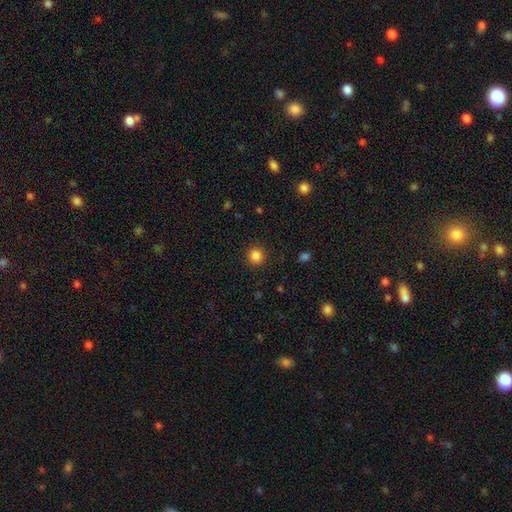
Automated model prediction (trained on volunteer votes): Smooth or featured? Predicted: smooth (p=0.85). How rounded? Predicted: round (p=0.91). Merging? Predicted: none (p=0.90).